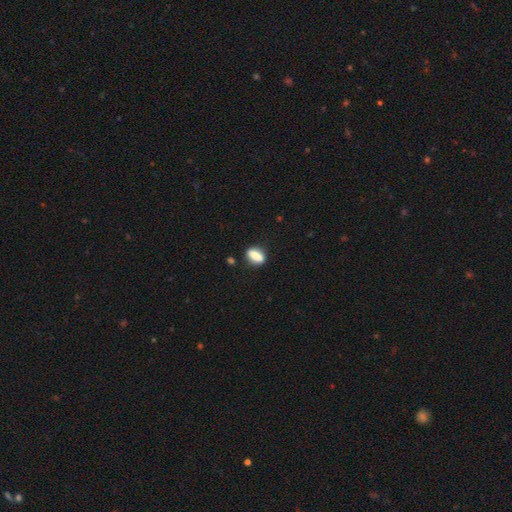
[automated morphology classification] Smooth or featured: smooth — 77% (featured or disk — 15%)
How rounded: in between — 56% (cigar-shaped — 32%)
Merging: none — 83% (minor disturbance — 11%)